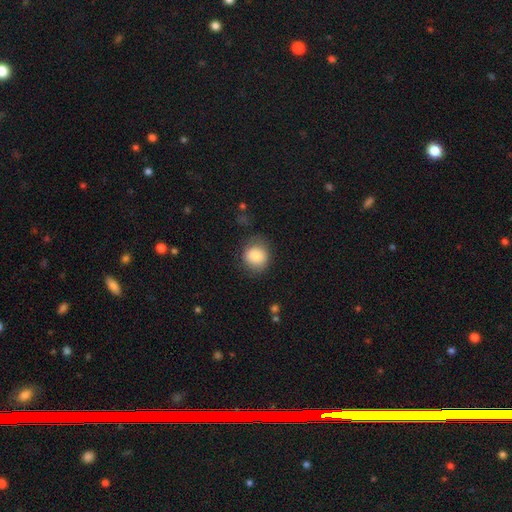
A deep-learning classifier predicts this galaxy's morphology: The model was most divided on "merging": none: 75%, minor disturbance: 17%, major disturbance: 7%, merger: 2%. More confident: how rounded — round (83%); smooth or featured — smooth (83%).